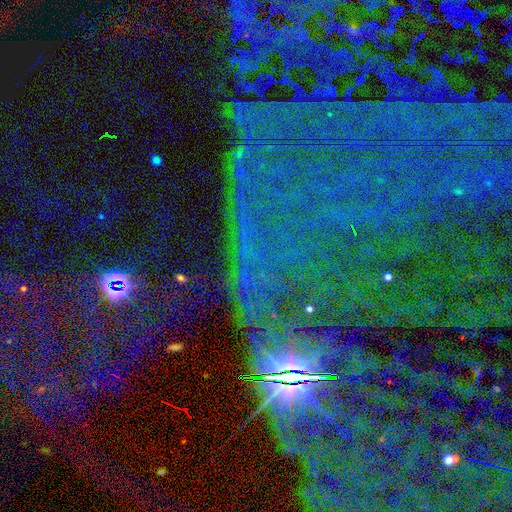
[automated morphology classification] type=star or artifact (84%).